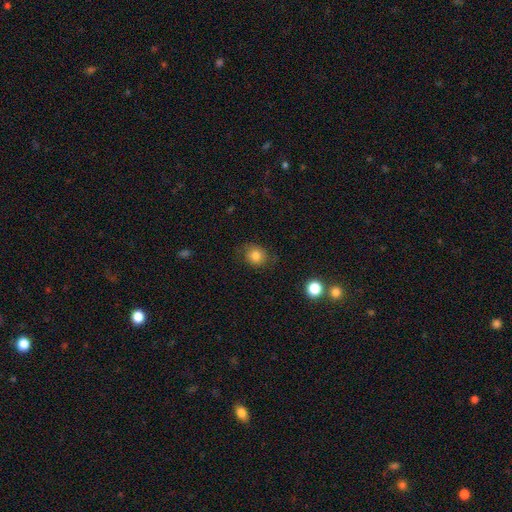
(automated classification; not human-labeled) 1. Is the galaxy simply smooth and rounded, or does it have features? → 80% smooth, 11% star or artifact, 9% featured or disk.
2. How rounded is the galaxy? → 72% round, 28% in between, 1% cigar-shaped.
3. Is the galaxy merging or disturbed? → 76% none, 17% minor disturbance, 5% major disturbance, 1% merger.